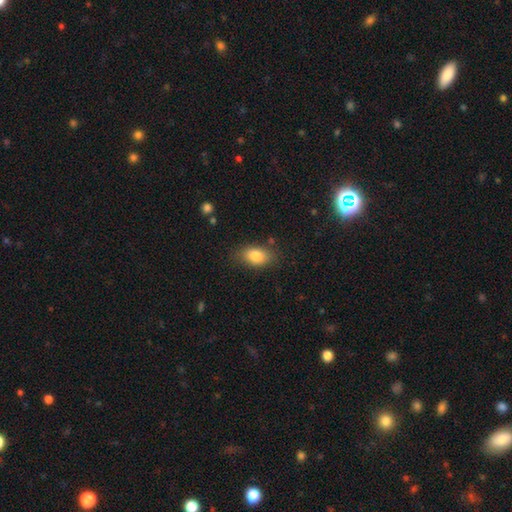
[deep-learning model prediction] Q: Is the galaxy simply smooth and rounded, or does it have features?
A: smooth — 84%.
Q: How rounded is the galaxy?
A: in between — 87%.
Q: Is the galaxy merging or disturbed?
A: none — 79%.